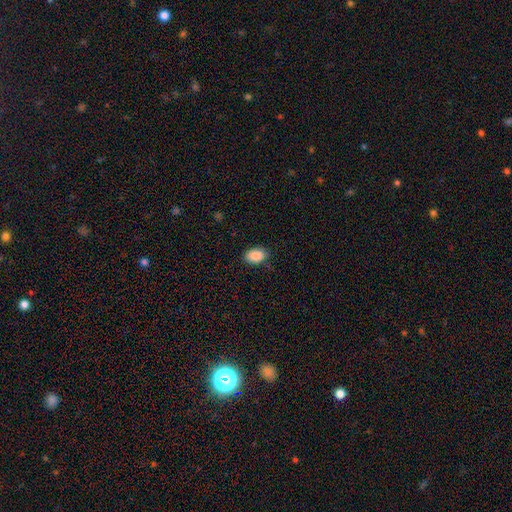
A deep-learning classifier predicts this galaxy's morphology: Smooth or featured? smooth (90%)
How rounded? in between (86%)
Merging? none (85%)